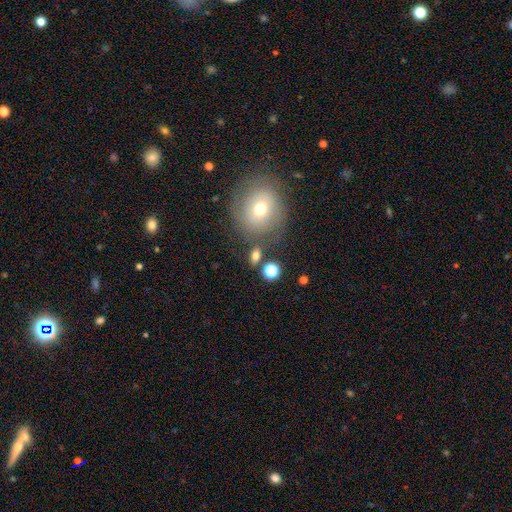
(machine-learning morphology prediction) A smooth galaxy with no disk features (73%) that is in between round and cigar-shaped (53%). Merging: none (70%).